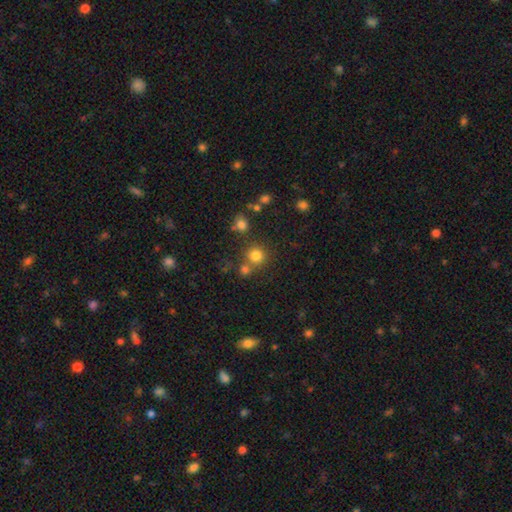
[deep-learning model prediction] smooth-or-featured: smooth: 78% | star or artifact: 16% | featured or disk: 6%
  how-rounded: round: 91% | in between: 8% | cigar-shaped: 1%
  merging: none: 70% | merger: 19% | minor disturbance: 8% | major disturbance: 3%